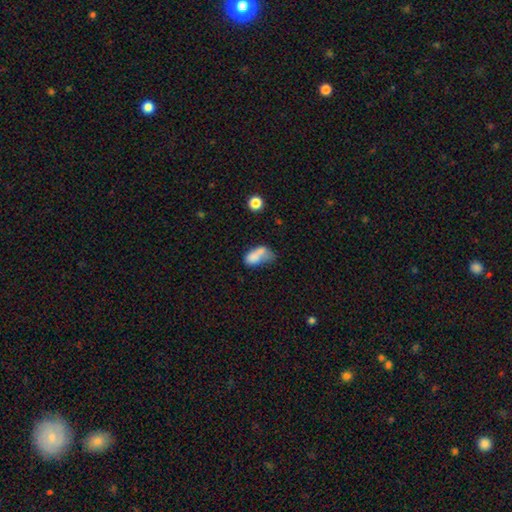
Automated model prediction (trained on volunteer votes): Morphology: type=smooth (71%); roundness=in between (87%); merging=merger (37%).